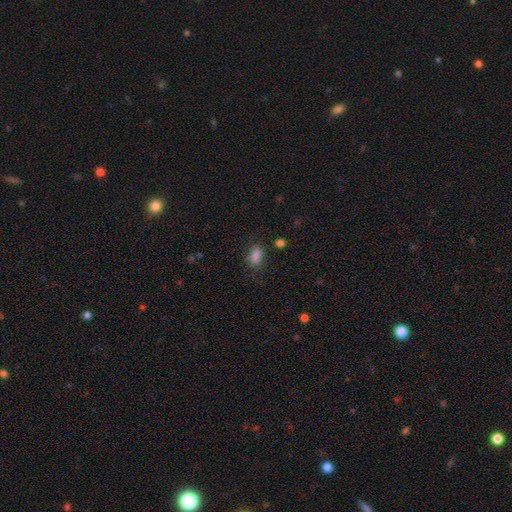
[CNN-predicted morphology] The model was most divided on "merging": none: 64%, minor disturbance: 21%, major disturbance: 10%, merger: 5%. More confident: how rounded — in between (83%); smooth or featured — smooth (81%).